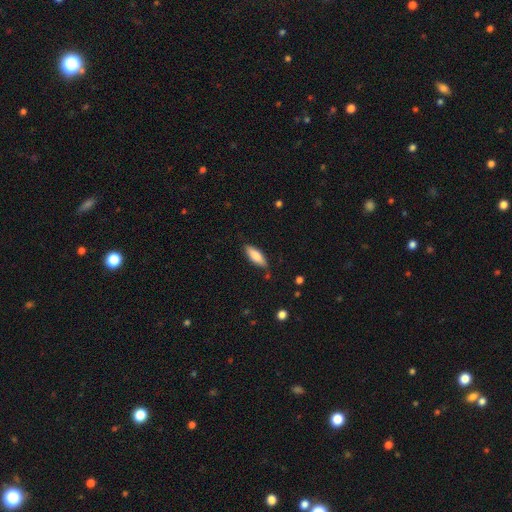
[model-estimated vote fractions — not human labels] Morphology: type=smooth (79%); roundness=in between (60%); merging=none (81%).